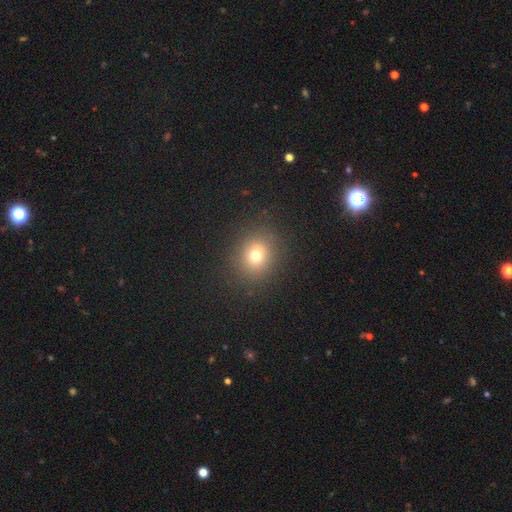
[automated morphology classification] This appears to be a smooth galaxy with no disk features (73%) that is round (78%). Merging: none (87%).